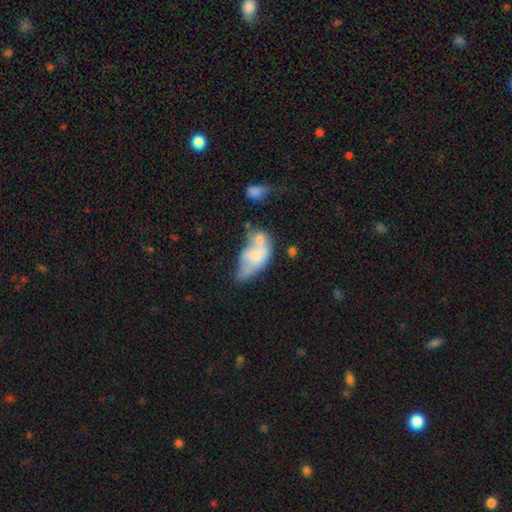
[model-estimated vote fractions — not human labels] A smooth galaxy with no disk features (53%) that is in between round and cigar-shaped (89%). Merging: merger (49%).